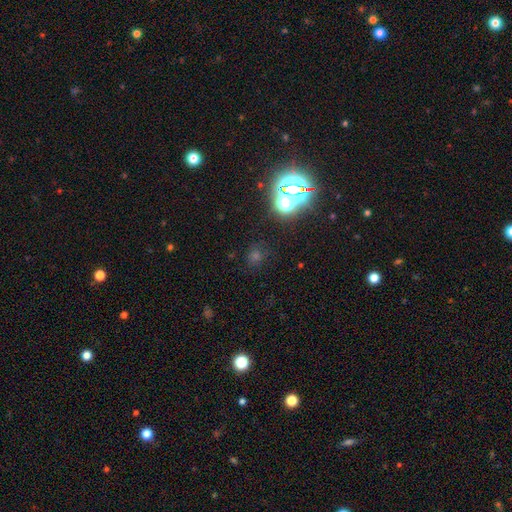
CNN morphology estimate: Smooth or featured: star or artifact — 50% (smooth — 40%)